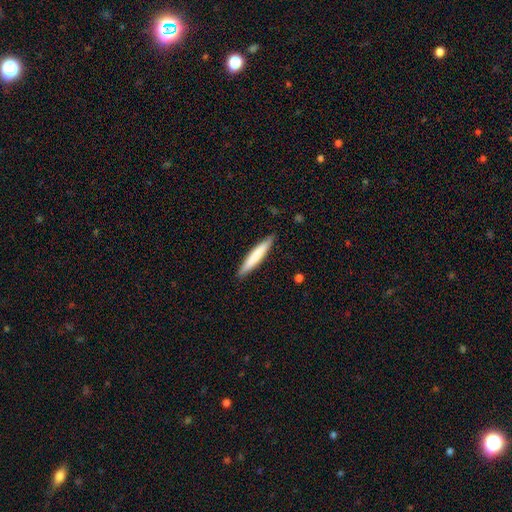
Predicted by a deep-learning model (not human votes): Smooth or featured?
  - smooth: 71% *
  - featured or disk: 24%
  - star or artifact: 5%
How rounded?
  - cigar-shaped: 93% *
  - in between: 6%
  - round: 1%
Merging?
  - none: 89% *
  - minor disturbance: 8%
  - major disturbance: 2%
  - merger: 1%